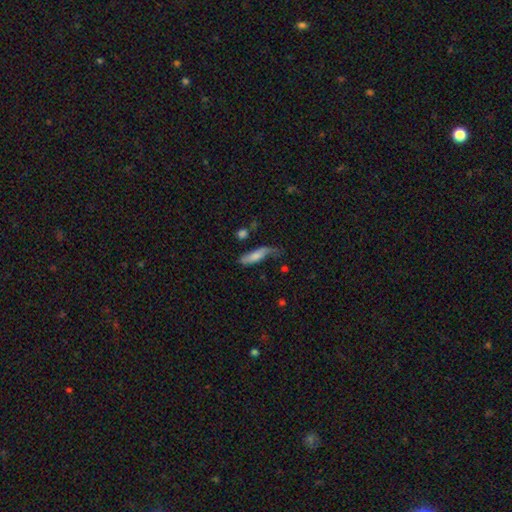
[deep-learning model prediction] Smooth or featured: smooth — 71% (featured or disk — 22%)
How rounded: cigar-shaped — 56% (in between — 41%)
Merging: none — 41% (minor disturbance — 33%)